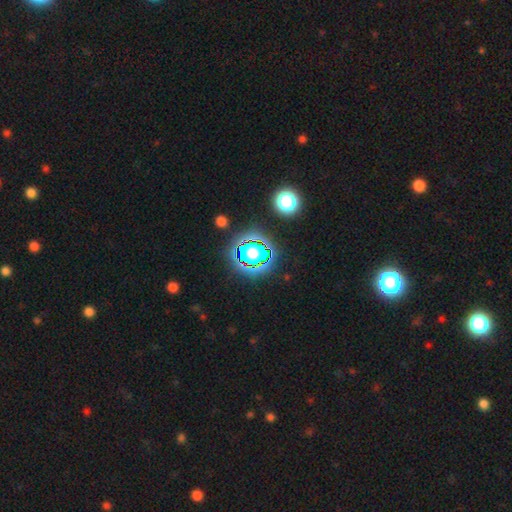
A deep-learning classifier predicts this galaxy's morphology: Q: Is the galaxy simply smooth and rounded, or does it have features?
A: star or artifact — 77%.